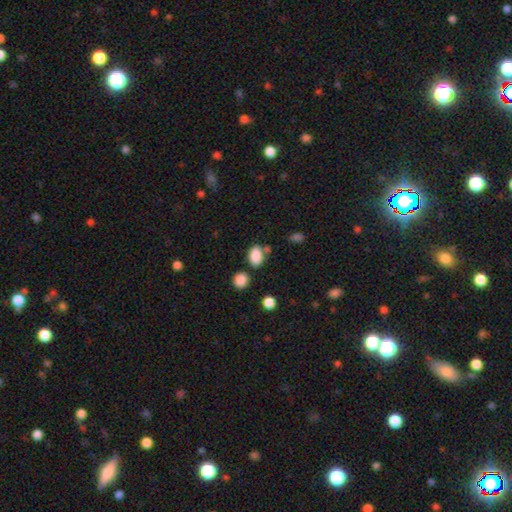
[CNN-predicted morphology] type=smooth (86%); roundness=in between (82%); merging=none (68%).